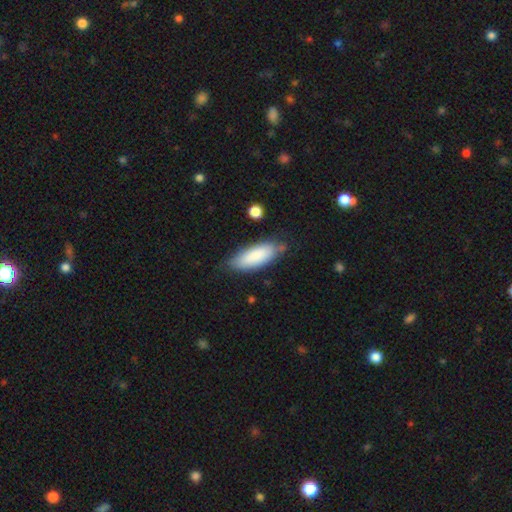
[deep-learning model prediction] This is clearly a smooth galaxy (84%). How rounded: likely in between (69%). Merging: likely none (74%).